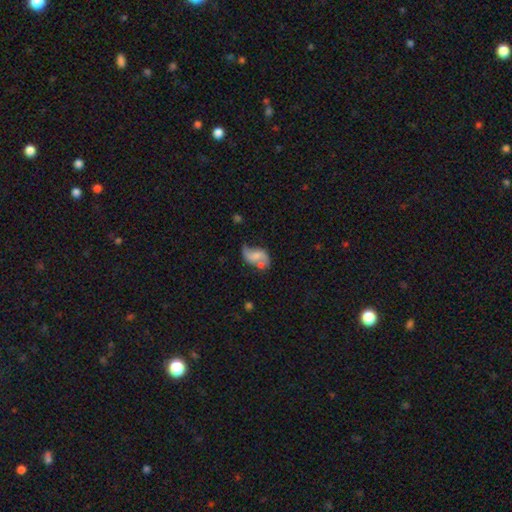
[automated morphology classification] smooth-or-featured: featured or disk: 69% | smooth: 23% | star or artifact: 8%
  disk-edge-on: no: 97% | yes: 3%
    bar: no: 48% | weak: 39% | strong: 13%
    has-spiral-arms: yes: 88% | no: 12%
      spiral-winding: loose: 73% | medium: 21% | tight: 5%
      spiral-arm-count: 2: 88% | 1: 5% | can't tell: 4% | 3: 1% | 4: 1% | more than 4: 1%
    bulge-size: none: 34% | small: 33% | moderate: 26% | large: 5% | dominant: 2%
  merging: none: 46% | minor disturbance: 23% | merger: 17% | major disturbance: 14%